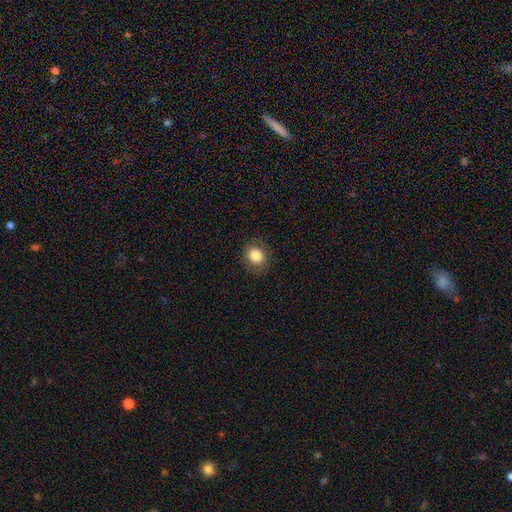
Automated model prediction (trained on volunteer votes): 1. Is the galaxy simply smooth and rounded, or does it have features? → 84% smooth, 9% star or artifact, 7% featured or disk.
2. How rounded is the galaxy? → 68% round, 31% in between, 1% cigar-shaped.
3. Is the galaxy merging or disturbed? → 87% none, 9% minor disturbance, 3% major disturbance, 1% merger.